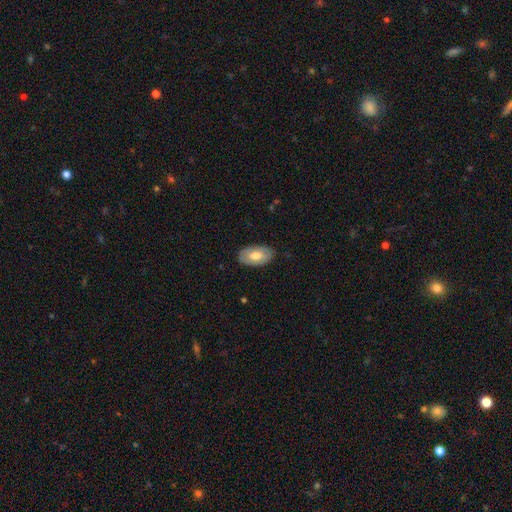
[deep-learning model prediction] The model was most divided on "smooth or featured": smooth: 57%, featured or disk: 37%, star or artifact: 6%. More confident: how rounded — in between (94%); merging — none (82%).